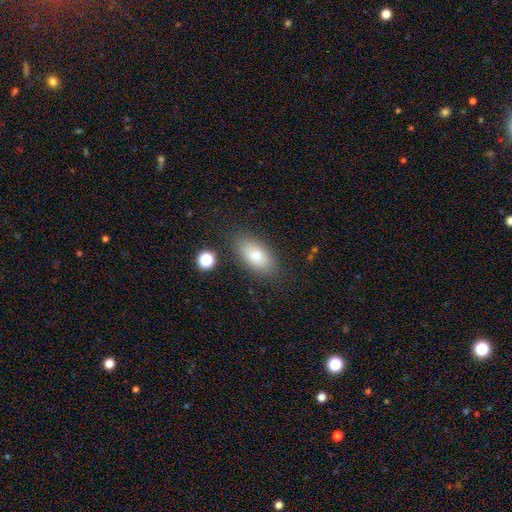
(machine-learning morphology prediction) smooth 80%, featured or disk 12%, star or artifact 8%. Down the decision tree: how rounded — in between (90%); merging — none (81%).